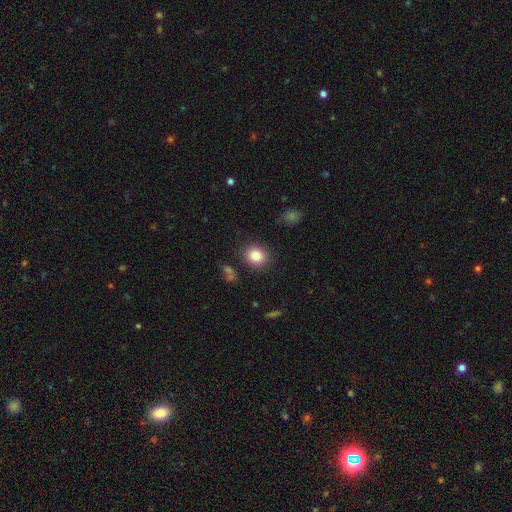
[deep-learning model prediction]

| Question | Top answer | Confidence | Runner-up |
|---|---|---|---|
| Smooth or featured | smooth | 83% | star or artifact (10%) |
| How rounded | round | 70% | in between (29%) |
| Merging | none | 86% | minor disturbance (9%) |